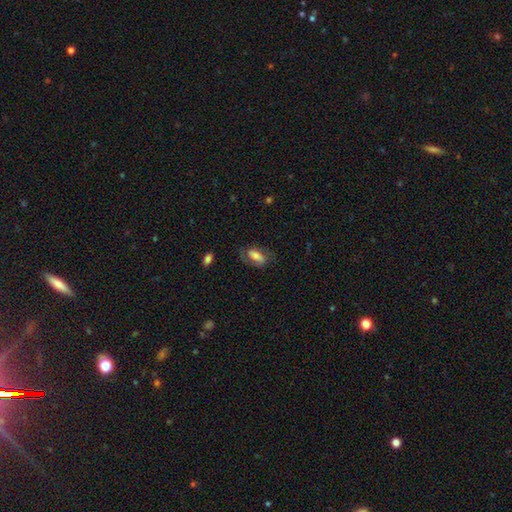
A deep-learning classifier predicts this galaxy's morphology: Smooth or featured?
  - smooth: 54% *
  - featured or disk: 38%
  - star or artifact: 7%
How rounded?
  - in between: 86% *
  - cigar-shaped: 10%
  - round: 5%
Merging?
  - none: 62% *
  - minor disturbance: 22%
  - major disturbance: 15%
  - merger: 2%